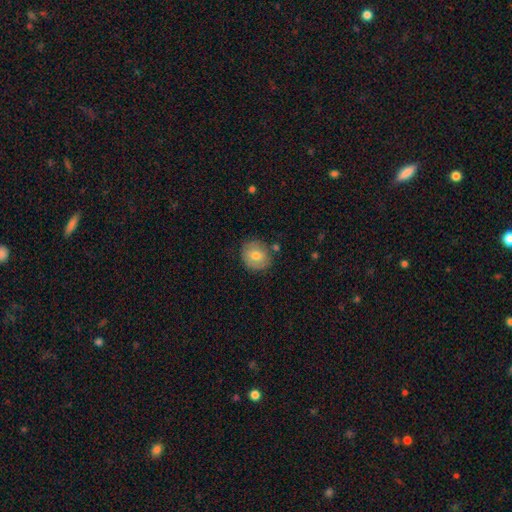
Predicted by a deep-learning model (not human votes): The model was most divided on "smooth or featured": smooth: 72%, featured or disk: 20%, star or artifact: 8%. More confident: merging — none (78%); how rounded — round (78%).